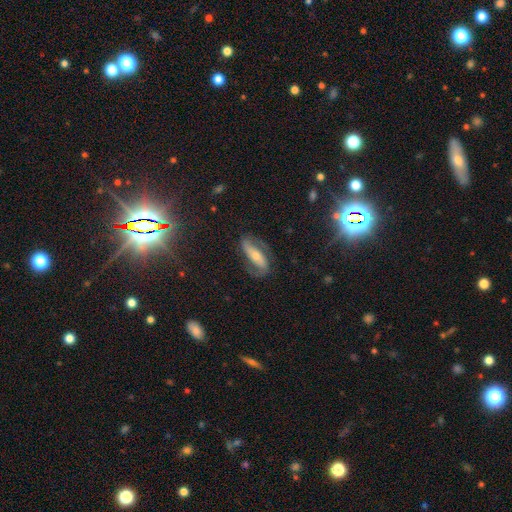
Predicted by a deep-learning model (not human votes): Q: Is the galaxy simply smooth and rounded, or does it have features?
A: featured or disk — 72%.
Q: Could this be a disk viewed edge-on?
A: no — 86%.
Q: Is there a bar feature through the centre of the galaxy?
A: strong — 51%.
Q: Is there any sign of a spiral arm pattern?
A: yes — 89%.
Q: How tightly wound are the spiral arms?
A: medium — 41%.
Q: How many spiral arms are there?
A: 2 — 87%.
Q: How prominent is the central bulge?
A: small — 50%.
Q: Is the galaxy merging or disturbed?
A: none — 73%.